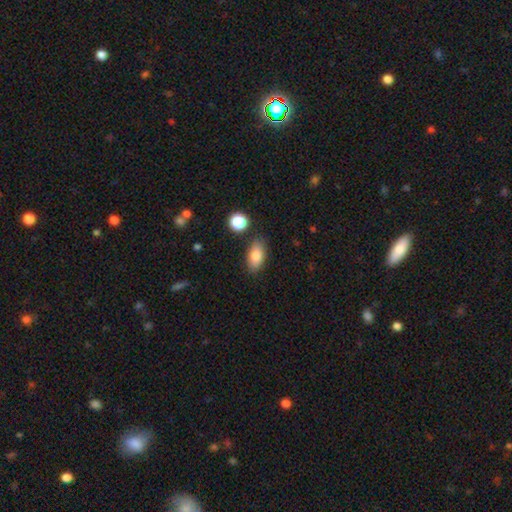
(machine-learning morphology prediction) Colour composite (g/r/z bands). It shows a smooth galaxy with no disk features (83%) that is in between round and cigar-shaped (90%). Merging: none (82%).